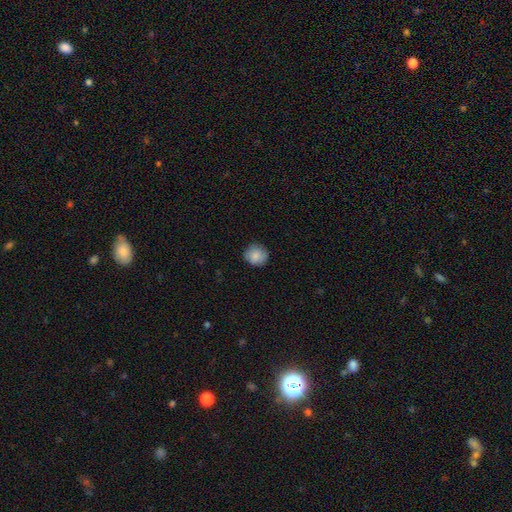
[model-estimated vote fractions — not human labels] A smooth galaxy with no disk features (83%) that is round (88%). Merging: none (84%).